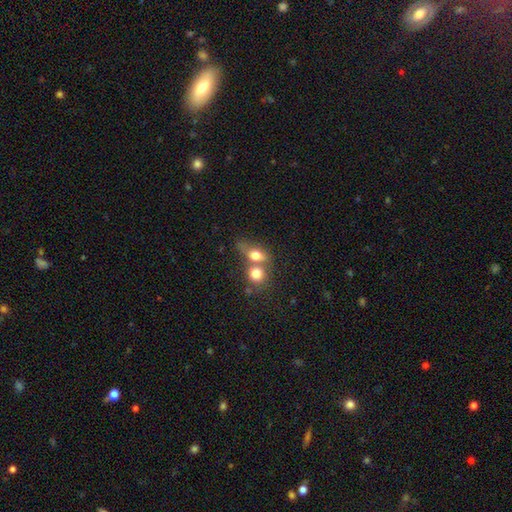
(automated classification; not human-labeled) smooth 72%, featured or disk 18%, star or artifact 10%. Down the decision tree: how rounded — in between (49%); merging — merger (60%).